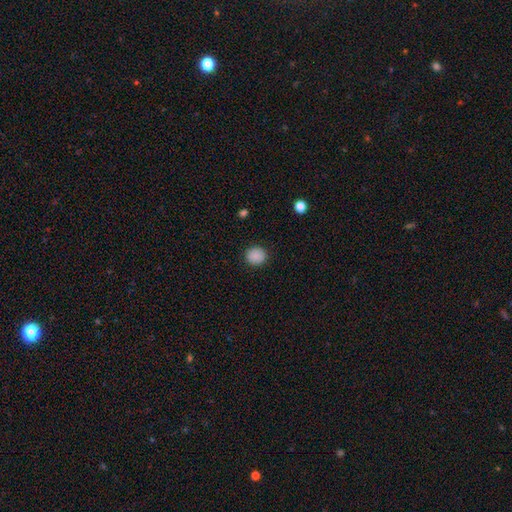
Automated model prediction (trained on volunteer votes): smooth_or_featured: smooth (p=0.88) [alt: star or artifact p=0.09]
how_rounded: round (p=0.84) [alt: in between p=0.15]
merging: none (p=0.90) [alt: minor disturbance p=0.07]